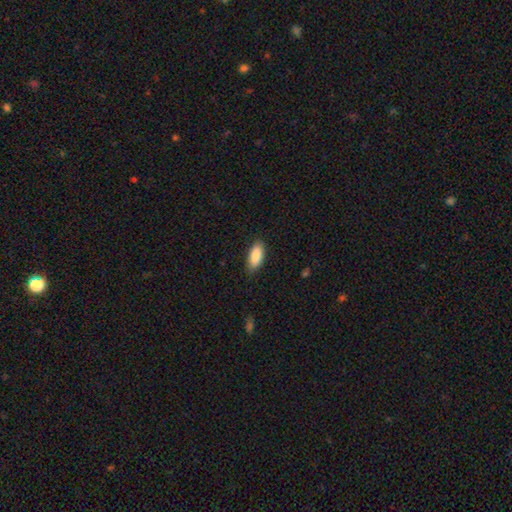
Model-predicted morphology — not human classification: smooth-or-featured: smooth: 89% | star or artifact: 6% | featured or disk: 5%
  how-rounded: in between: 85% | cigar-shaped: 13% | round: 2%
  merging: none: 86% | minor disturbance: 11% | major disturbance: 2% | merger: 1%